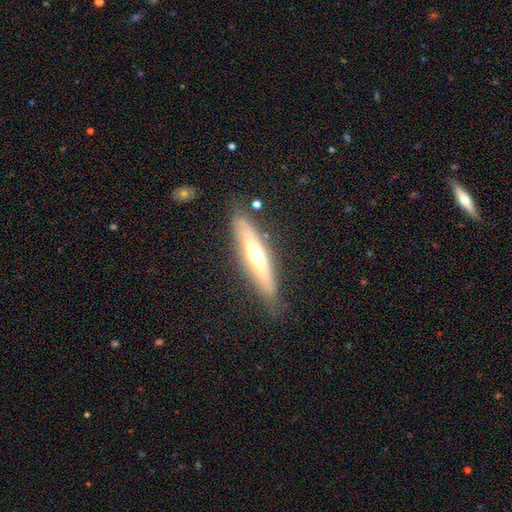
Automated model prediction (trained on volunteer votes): Smooth or featured: featured or disk — 57% (smooth — 37%)
Edge-on disk: yes — 82% (no — 18%)
Merging: none — 79% (minor disturbance — 15%)